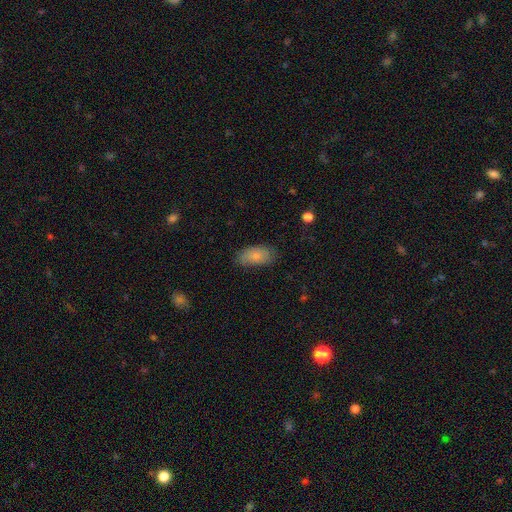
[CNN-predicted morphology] type=smooth (78%); roundness=in between (93%); merging=none (71%).